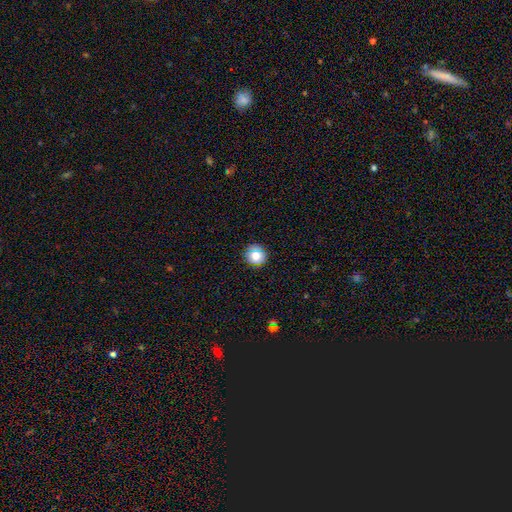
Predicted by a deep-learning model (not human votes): A smooth galaxy with no disk features (76%) that is round (92%).

Vote fractions:
- Smooth or featured? smooth: 76% / star or artifact: 13% / featured or disk: 10%
- How rounded? round: 92% / in between: 7% / cigar-shaped: 1%
- Merging? none: 88% / minor disturbance: 8% / major disturbance: 2% / merger: 1%